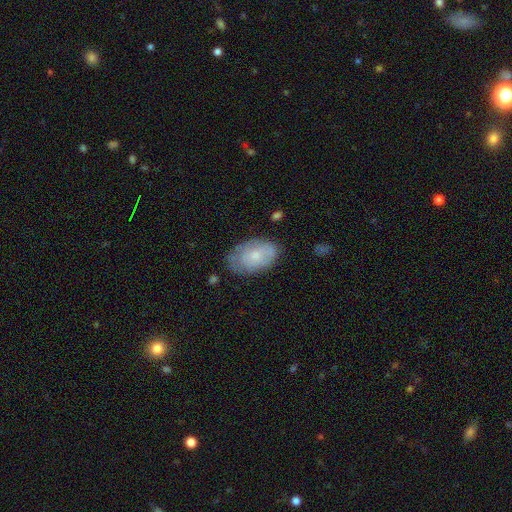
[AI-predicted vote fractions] Overall: smooth (61%; featured or disk 32%). How rounded: in between (91%). Merging: none (66%).